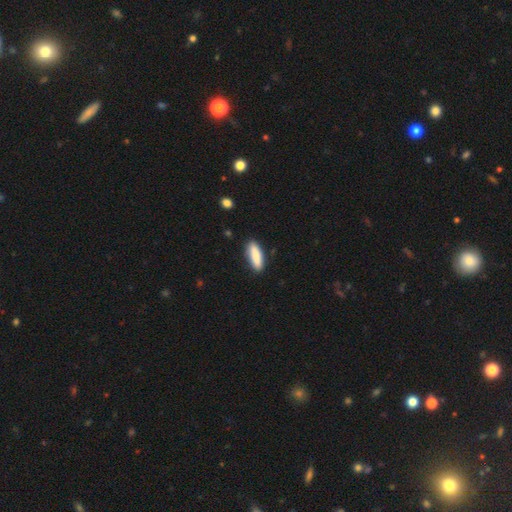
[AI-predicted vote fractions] smooth-or-featured: smooth: 86% | featured or disk: 9% | star or artifact: 6%
  how-rounded: cigar-shaped: 51% | in between: 47% | round: 2%
  merging: none: 86% | minor disturbance: 10% | major disturbance: 2% | merger: 2%